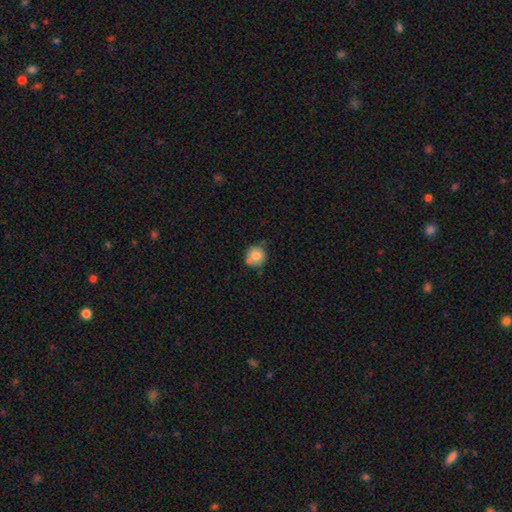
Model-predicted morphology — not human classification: smooth-or-featured: smooth: 80% | featured or disk: 12% | star or artifact: 9%
  how-rounded: round: 91% | in between: 8% | cigar-shaped: 1%
  merging: none: 66% | minor disturbance: 16% | merger: 14% | major disturbance: 4%